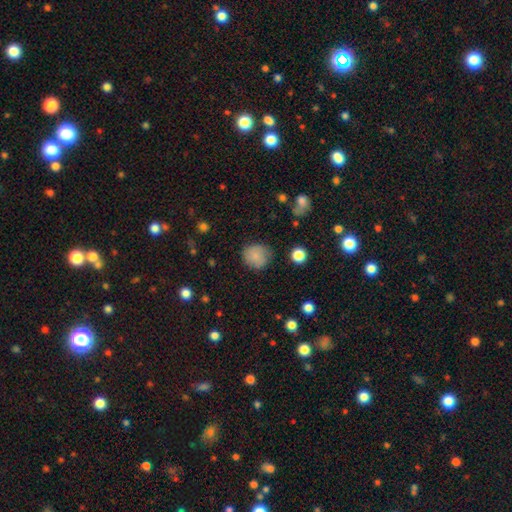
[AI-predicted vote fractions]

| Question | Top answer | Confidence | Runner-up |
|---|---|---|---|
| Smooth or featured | smooth | 81% | star or artifact (10%) |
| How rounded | round | 88% | in between (12%) |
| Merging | none | 79% | minor disturbance (15%) |